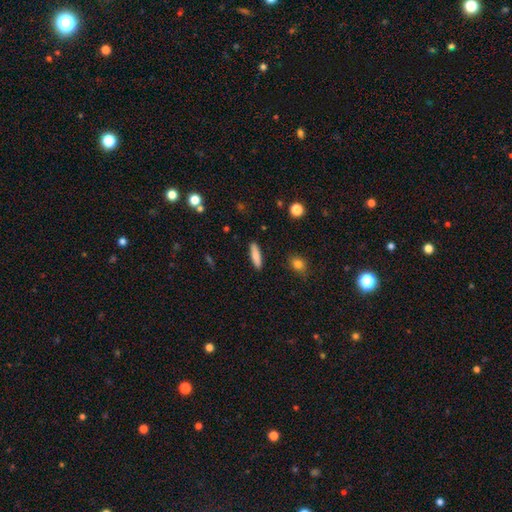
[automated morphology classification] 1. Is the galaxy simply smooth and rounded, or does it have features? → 81% smooth, 12% featured or disk, 7% star or artifact.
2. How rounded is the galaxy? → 73% cigar-shaped, 25% in between, 2% round.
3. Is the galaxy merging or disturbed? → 90% none, 7% minor disturbance, 2% major disturbance, 1% merger.